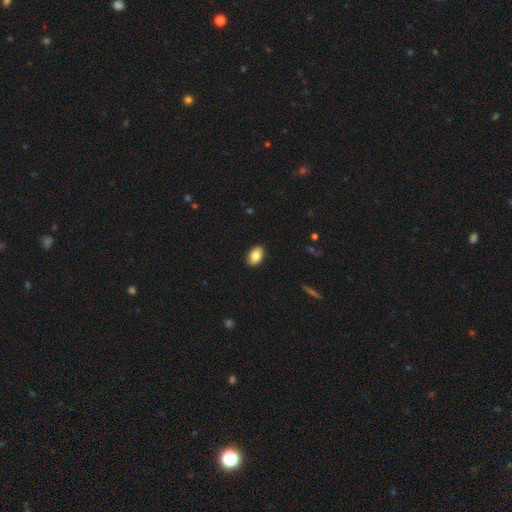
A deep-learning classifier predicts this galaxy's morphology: Overall: smooth (83%). How rounded: in between (90%). Merging: none (90%).